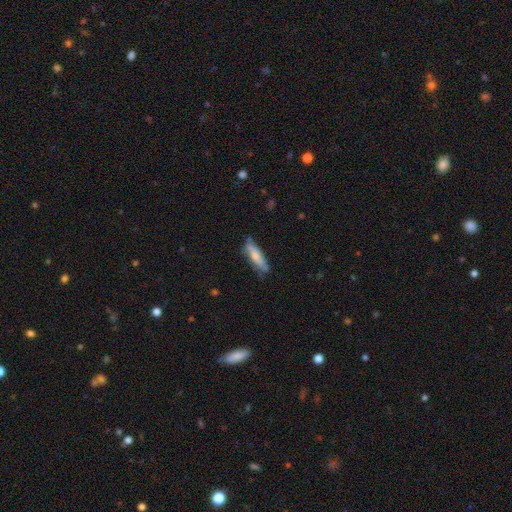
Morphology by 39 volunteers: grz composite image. It shows a smooth galaxy with no disk features (72%) that is cigar-shaped (71%). Merging: none (64%).